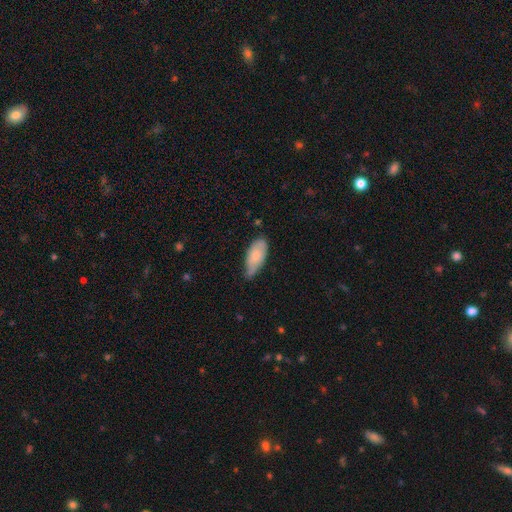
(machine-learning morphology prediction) A smooth galaxy with no disk features (77%) that is in between round and cigar-shaped (89%).

Vote fractions:
- Smooth or featured? smooth: 77% / featured or disk: 17% / star or artifact: 6%
- How rounded? in between: 89% / cigar-shaped: 9% / round: 2%
- Merging? none: 48% / minor disturbance: 43% / major disturbance: 6% / merger: 2%